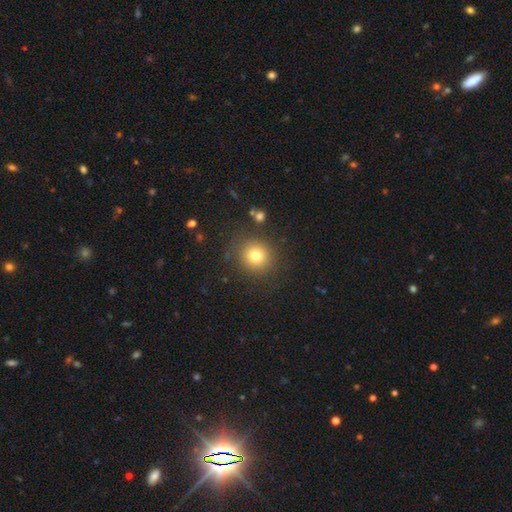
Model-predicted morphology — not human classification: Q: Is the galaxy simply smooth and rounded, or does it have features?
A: smooth — 78%.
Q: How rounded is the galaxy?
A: round — 90%.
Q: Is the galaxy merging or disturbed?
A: none — 85%.